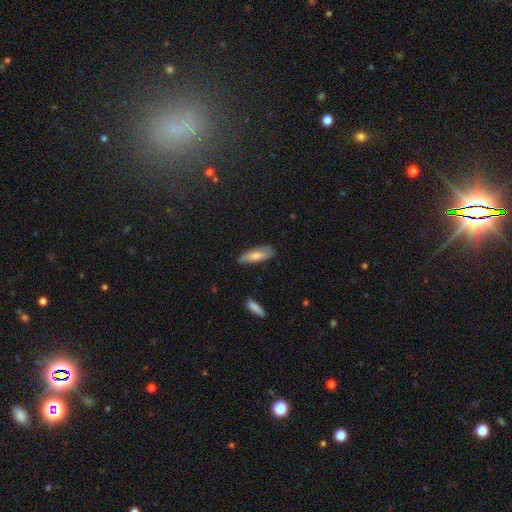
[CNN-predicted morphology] Overall: smooth (69%). How rounded: in between (53%; cigar-shaped 45%). Merging: none (73%).